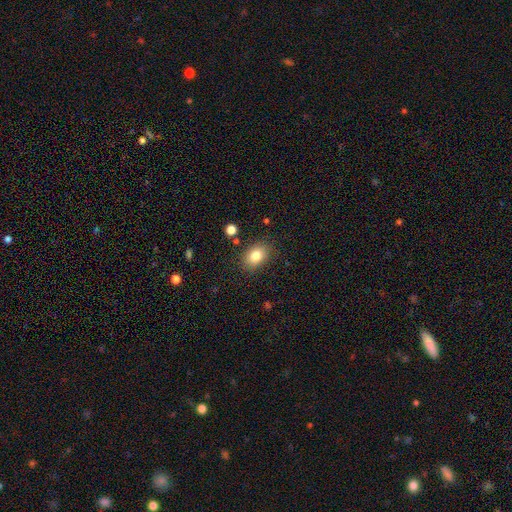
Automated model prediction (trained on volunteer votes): Smooth or featured: smooth — 81% (star or artifact — 10%)
How rounded: in between — 75% (round — 24%)
Merging: none — 84% (minor disturbance — 11%)